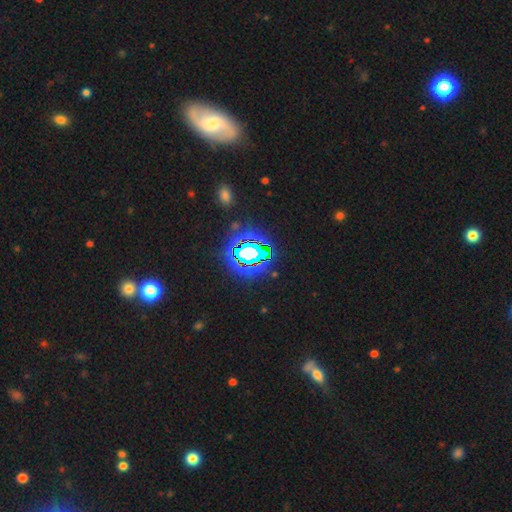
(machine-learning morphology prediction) A star or artifact, not a galaxy (75%).

Vote fractions:
- Smooth or featured? star or artifact: 75% / smooth: 15% / featured or disk: 10%